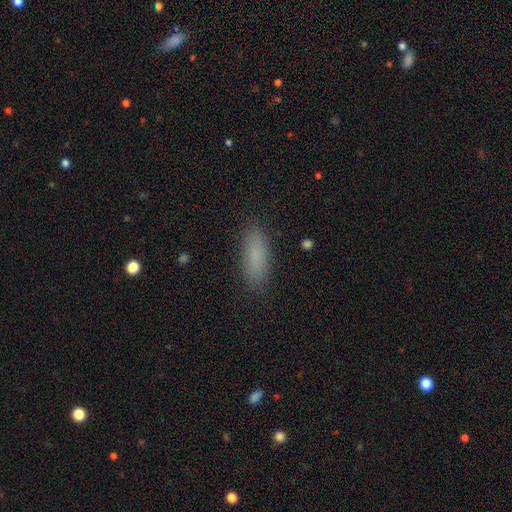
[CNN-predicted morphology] Smooth or featured? Predicted: smooth (p=0.84). How rounded? Predicted: in between (p=0.61). Merging? Predicted: none (p=0.87).